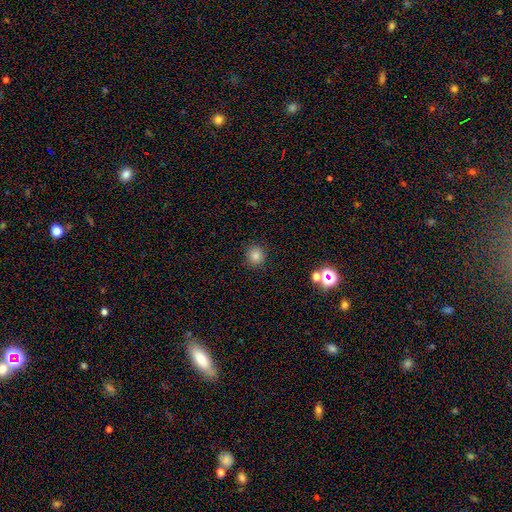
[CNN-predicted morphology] Overall: smooth (81%). How rounded: round (89%). Merging: none (89%).